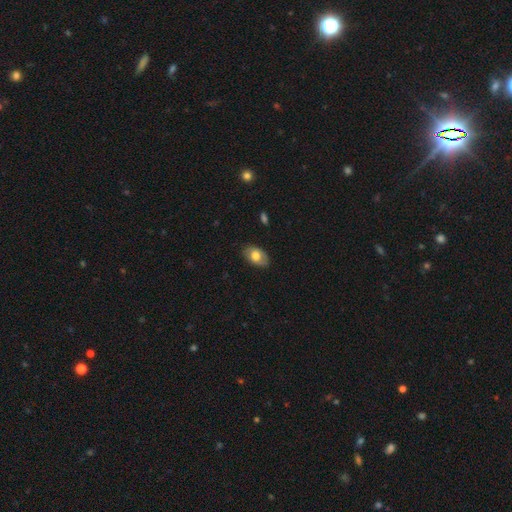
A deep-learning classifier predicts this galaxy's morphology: The model was most divided on "smooth or featured": smooth: 68%, featured or disk: 25%, star or artifact: 7%. More confident: how rounded — in between (90%); merging — none (81%).